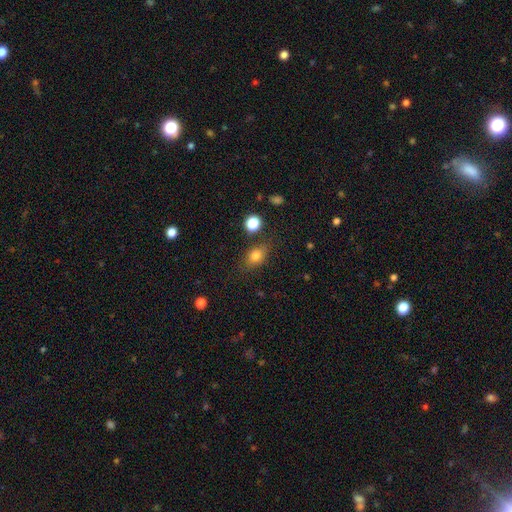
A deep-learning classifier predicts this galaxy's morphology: A smooth galaxy with no disk features (79%) that is in between round and cigar-shaped (63%).

Vote fractions:
- Smooth or featured? smooth: 79% / star or artifact: 12% / featured or disk: 9%
- How rounded? in between: 63% / round: 34% / cigar-shaped: 3%
- Merging? none: 75% / minor disturbance: 16% / major disturbance: 5% / merger: 4%